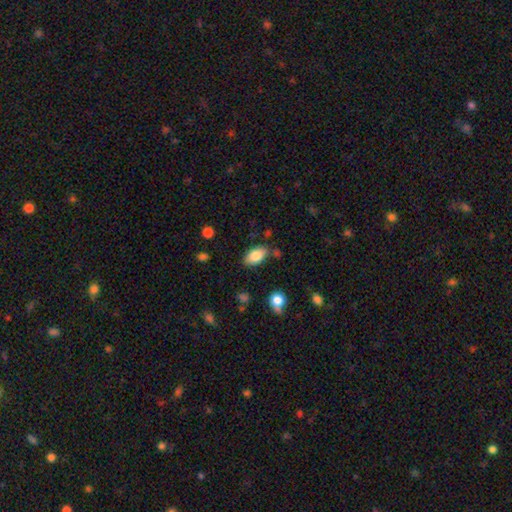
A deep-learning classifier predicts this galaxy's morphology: Smooth or featured? Predicted: smooth (p=0.84). How rounded? Predicted: in between (p=0.93). Merging? Predicted: none (p=0.76).